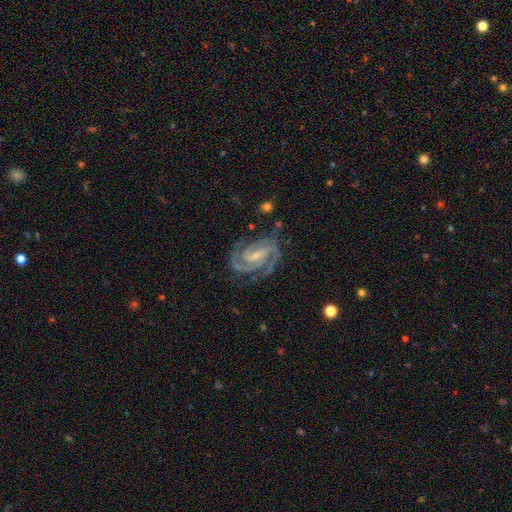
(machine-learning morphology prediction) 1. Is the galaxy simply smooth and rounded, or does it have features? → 92% featured or disk, 5% star or artifact, 3% smooth.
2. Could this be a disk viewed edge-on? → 97% no, 3% yes.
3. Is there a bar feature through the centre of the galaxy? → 47% weak, 31% strong, 22% no.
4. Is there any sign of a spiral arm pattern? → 99% yes, 1% no.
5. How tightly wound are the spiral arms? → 57% tight, 38% medium, 4% loose.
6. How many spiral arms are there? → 61% 2, 23% 3, 6% can't tell, 4% 4, 3% 1, 3% more than 4.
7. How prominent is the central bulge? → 66% small, 25% moderate, 7% none, 1% large, 1% dominant.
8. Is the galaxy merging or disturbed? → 77% none, 16% minor disturbance, 6% major disturbance, 2% merger.